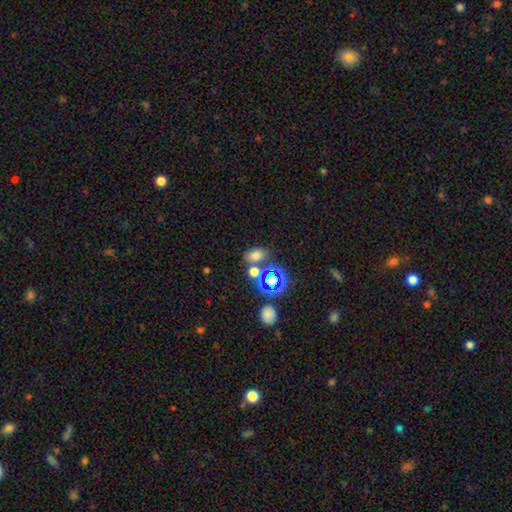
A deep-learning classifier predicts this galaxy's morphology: The model was most divided on "smooth or featured": smooth: 67%, star or artifact: 25%, featured or disk: 8%. More confident: how rounded — in between (74%); merging — none (65%).